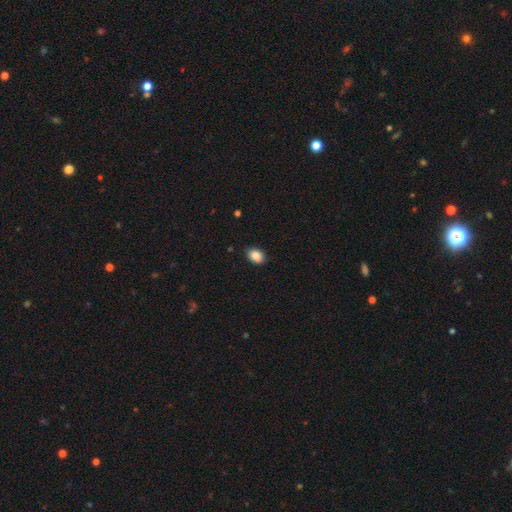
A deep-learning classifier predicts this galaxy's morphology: smooth-or-featured: smooth: 87% | star or artifact: 8% | featured or disk: 5%
  how-rounded: in between: 78% | round: 21% | cigar-shaped: 1%
  merging: none: 86% | minor disturbance: 11% | major disturbance: 2% | merger: 1%